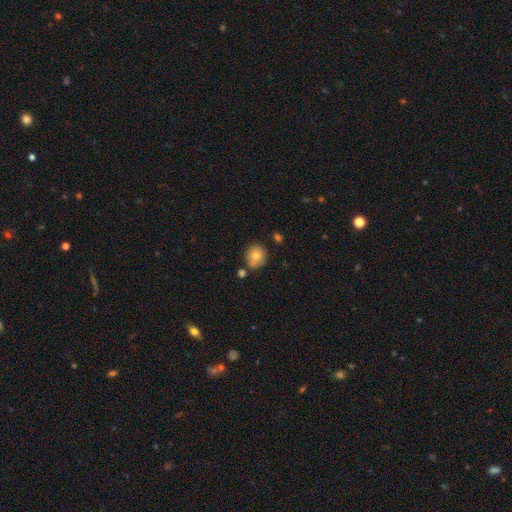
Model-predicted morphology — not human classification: type=smooth (79%); roundness=round (76%); merging=none (72%).